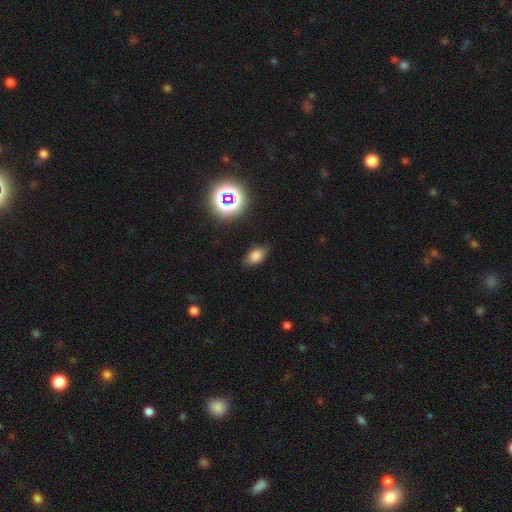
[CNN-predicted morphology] A smooth galaxy with no disk features (73%) that is in between round and cigar-shaped (87%). Merging: none (77%).